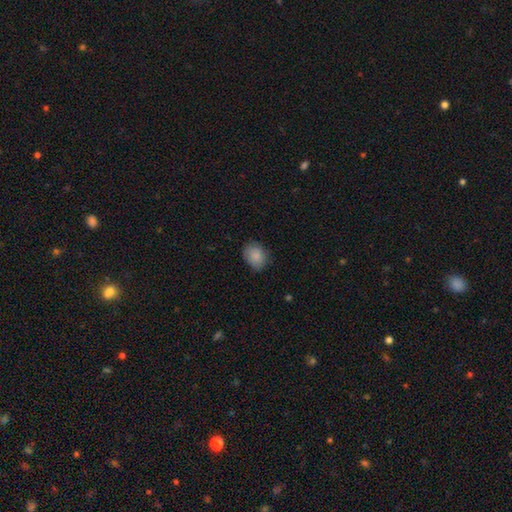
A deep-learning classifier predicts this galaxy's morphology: A smooth galaxy with no disk features (88%) that is in between round and cigar-shaped (51%).

Vote fractions:
- Smooth or featured? smooth: 88% / star or artifact: 7% / featured or disk: 5%
- How rounded? in between: 51% / round: 48% / cigar-shaped: 1%
- Merging? none: 76% / minor disturbance: 19% / major disturbance: 3% / merger: 1%